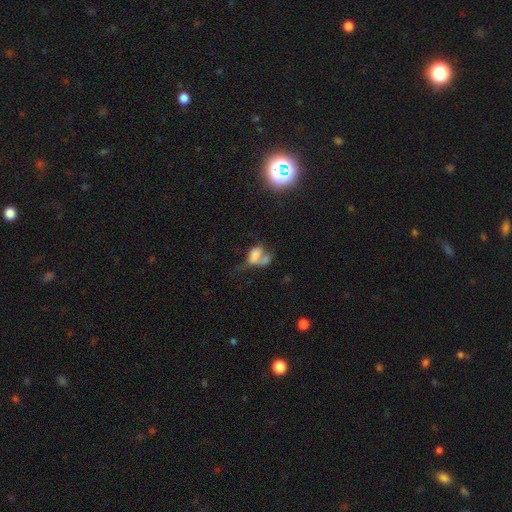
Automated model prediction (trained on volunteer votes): The model was most divided on "merging": merger: 46%, major disturbance: 28%, none: 15%, minor disturbance: 11%. More confident: how rounded — in between (78%); smooth or featured — smooth (56%).